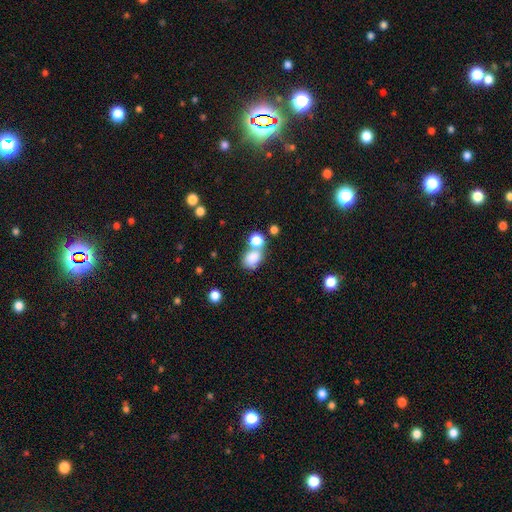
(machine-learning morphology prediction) smooth_or_featured: smooth (p=0.81) [alt: star or artifact p=0.11]
how_rounded: in between (p=0.57) [alt: round p=0.41]
merging: merger (p=0.42) [alt: none p=0.41]